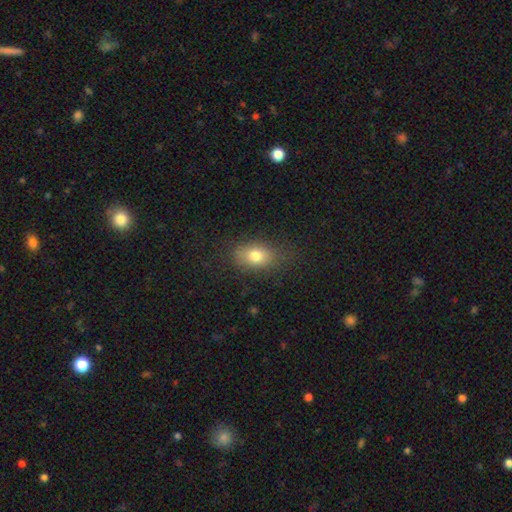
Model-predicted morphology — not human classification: smooth-or-featured: smooth: 77% | featured or disk: 12% | star or artifact: 11%
  how-rounded: in between: 74% | round: 24% | cigar-shaped: 2%
  merging: none: 74% | minor disturbance: 18% | major disturbance: 7% | merger: 1%